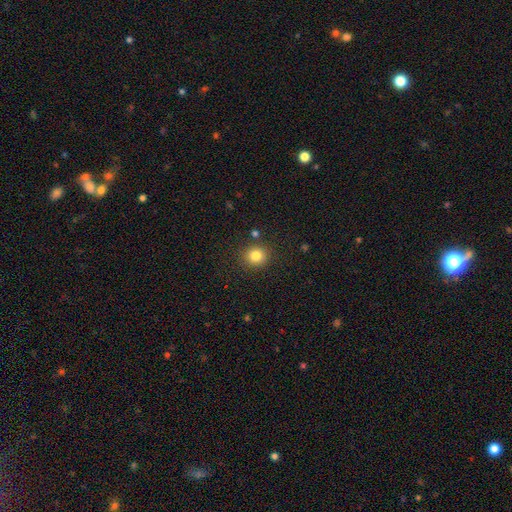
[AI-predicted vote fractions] A smooth galaxy with no disk features (82%) that is round (90%). Merging: none (87%).